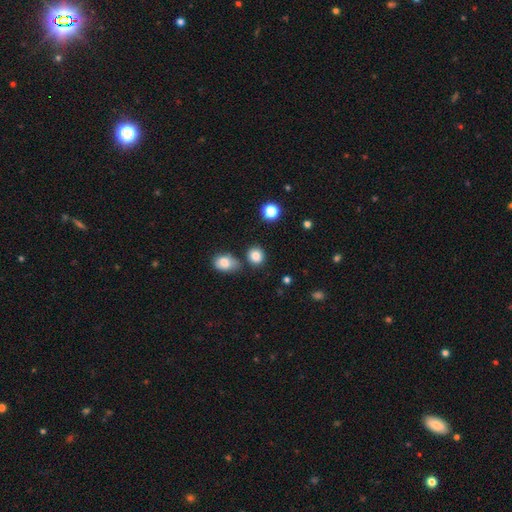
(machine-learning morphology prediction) Smooth or featured? Predicted: smooth (p=0.84). How rounded? Predicted: round (p=0.76). Merging? Predicted: none (p=0.76).